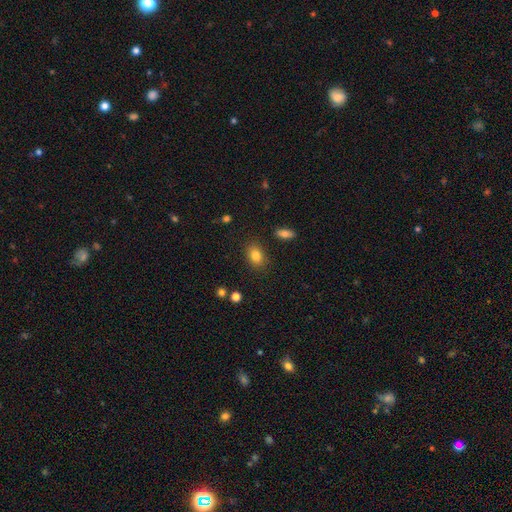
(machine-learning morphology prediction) type=smooth (82%); roundness=in between (76%); merging=none (85%).